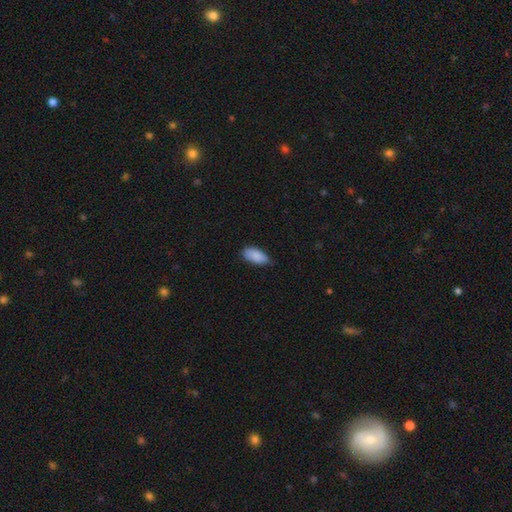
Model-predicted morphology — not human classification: Smooth or featured?
  - smooth: 87% *
  - star or artifact: 6%
  - featured or disk: 6%
How rounded?
  - in between: 92% *
  - cigar-shaped: 6%
  - round: 2%
Merging?
  - none: 69% *
  - minor disturbance: 26%
  - major disturbance: 3%
  - merger: 1%